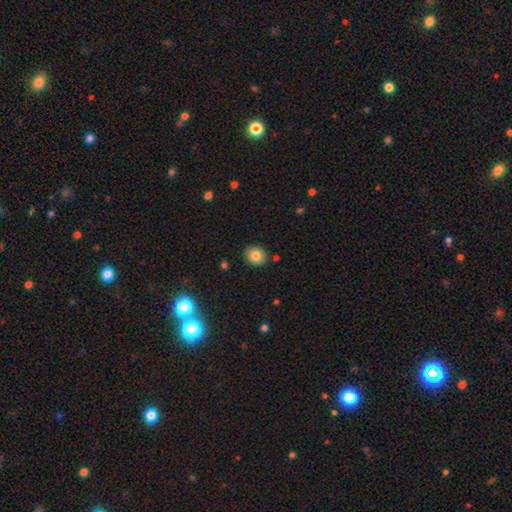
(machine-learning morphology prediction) smooth_or_featured: smooth (p=0.83) [alt: star or artifact p=0.10]
how_rounded: round (p=0.72) [alt: in between p=0.27]
merging: none (p=0.88) [alt: minor disturbance p=0.08]